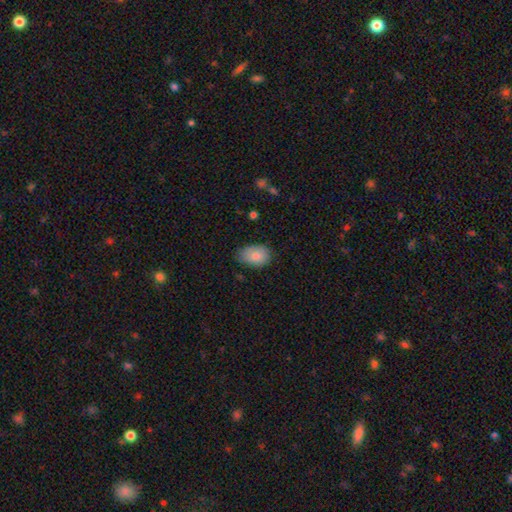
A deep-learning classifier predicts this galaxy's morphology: Smooth or featured: smooth — 84% (featured or disk — 9%)
How rounded: in between — 86% (round — 13%)
Merging: none — 69% (minor disturbance — 25%)